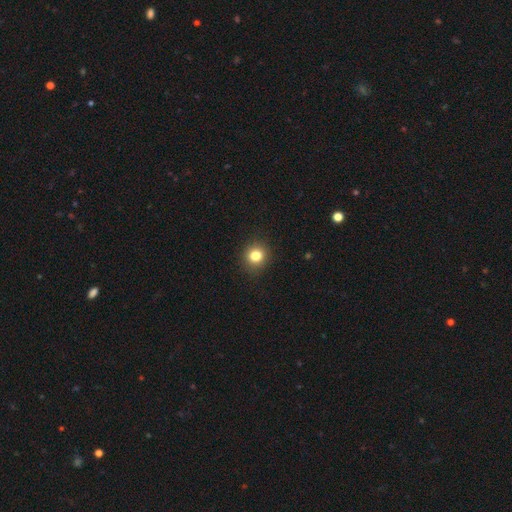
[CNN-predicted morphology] Smooth or featured: smooth — 82% (star or artifact — 12%)
How rounded: round — 85% (in between — 14%)
Merging: none — 90% (minor disturbance — 7%)